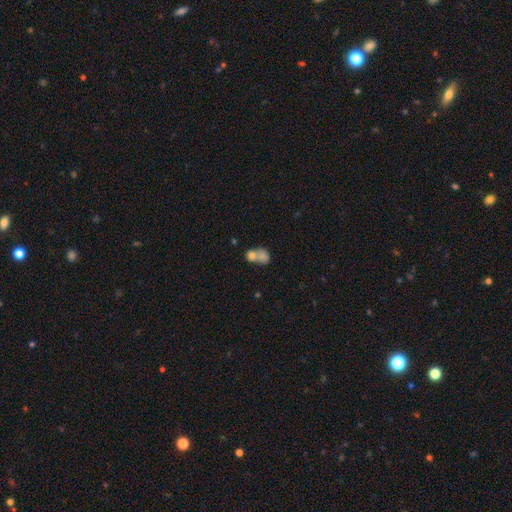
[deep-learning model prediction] A smooth galaxy with no disk features (74%) that is round (50%).

Vote fractions:
- Smooth or featured? smooth: 74% / featured or disk: 17% / star or artifact: 10%
- How rounded? round: 50% / in between: 48% / cigar-shaped: 2%
- Merging? merger: 72% / none: 18% / minor disturbance: 6% / major disturbance: 4%